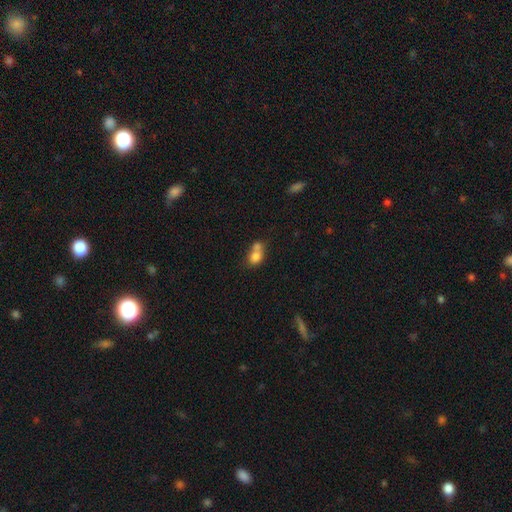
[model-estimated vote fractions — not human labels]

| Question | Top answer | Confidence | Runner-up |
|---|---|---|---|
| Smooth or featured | smooth | 76% | featured or disk (15%) |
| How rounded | round | 51% | in between (47%) |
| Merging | merger | 61% | none (25%) |